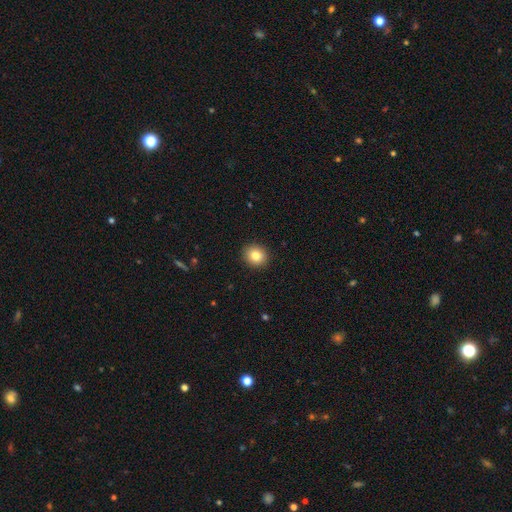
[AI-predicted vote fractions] Smooth or featured? smooth (82%)
How rounded? round (83%)
Merging? none (92%)